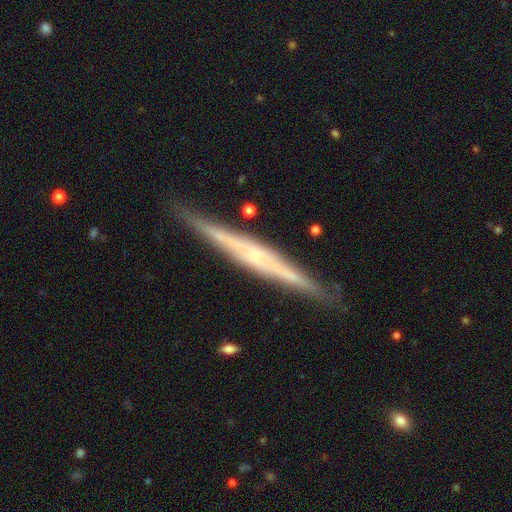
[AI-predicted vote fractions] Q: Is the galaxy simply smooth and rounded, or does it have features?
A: featured or disk — 77%.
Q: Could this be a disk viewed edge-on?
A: yes — 97%.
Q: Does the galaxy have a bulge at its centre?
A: rounded — 40%.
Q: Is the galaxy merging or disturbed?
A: none — 87%.